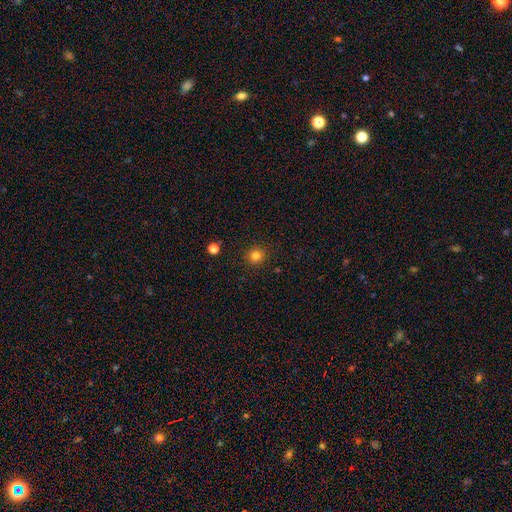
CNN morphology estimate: The model was most divided on "smooth or featured": smooth: 81%, star or artifact: 14%, featured or disk: 5%. More confident: how rounded — round (92%); merging — none (91%).